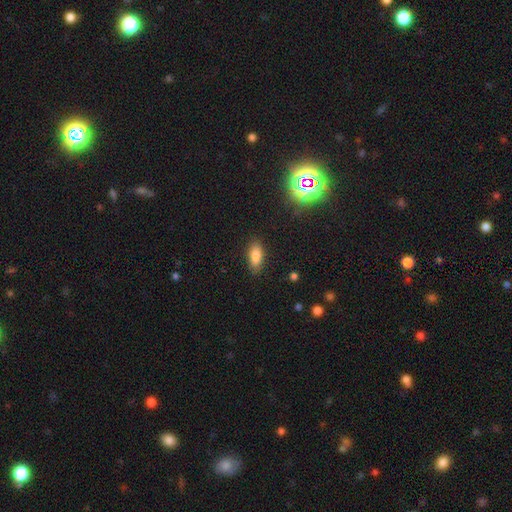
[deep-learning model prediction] A smooth galaxy with no disk features (80%) that is in between round and cigar-shaped (80%).

Vote fractions:
- Smooth or featured? smooth: 80% / star or artifact: 10% / featured or disk: 9%
- How rounded? in between: 80% / cigar-shaped: 16% / round: 3%
- Merging? none: 86% / minor disturbance: 10% / major disturbance: 3% / merger: 1%